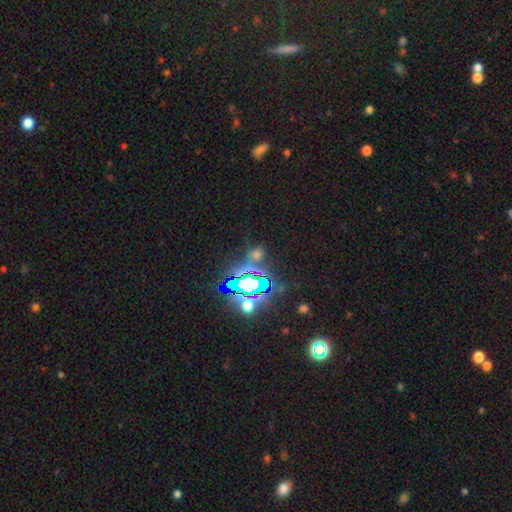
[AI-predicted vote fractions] Smooth or featured?
  - star or artifact: 64% *
  - smooth: 26%
  - featured or disk: 10%